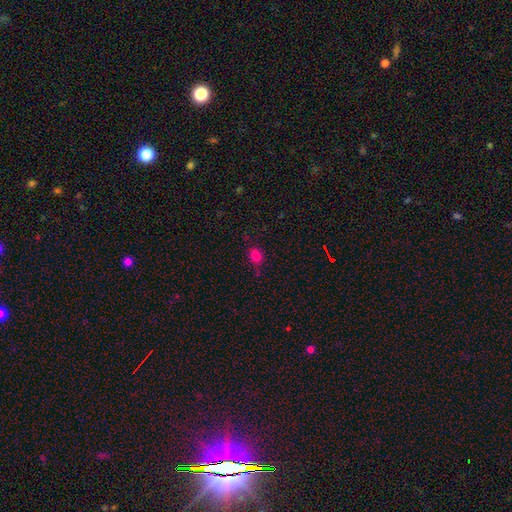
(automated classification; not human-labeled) A smooth galaxy with no disk features (81%) that is round (58%).

Vote fractions:
- Smooth or featured? smooth: 81% / star or artifact: 15% / featured or disk: 5%
- How rounded? round: 58% / in between: 40% / cigar-shaped: 1%
- Merging? none: 74% / minor disturbance: 18% / major disturbance: 4% / merger: 4%